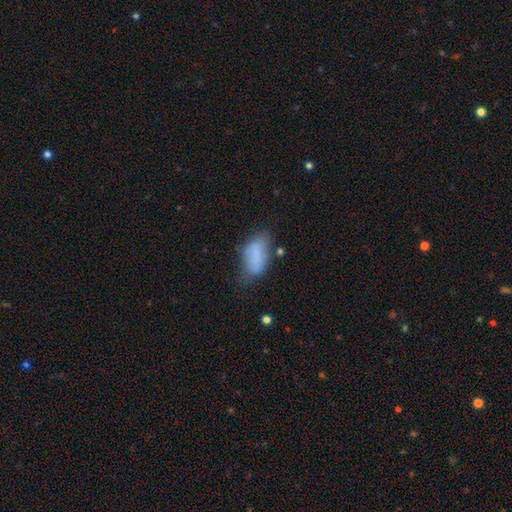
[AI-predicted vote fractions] smooth_or_featured: smooth (p=0.73) [alt: featured or disk p=0.18]
how_rounded: in between (p=0.90) [alt: cigar-shaped p=0.06]
merging: none (p=0.42) [alt: minor disturbance p=0.35]